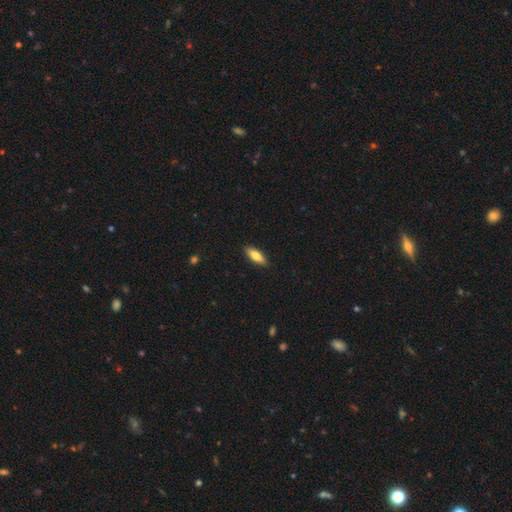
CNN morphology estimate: smooth-or-featured: smooth: 78% | featured or disk: 16% | star or artifact: 6%
  how-rounded: in between: 61% | cigar-shaped: 37% | round: 2%
  merging: none: 89% | minor disturbance: 8% | major disturbance: 2% | merger: 1%